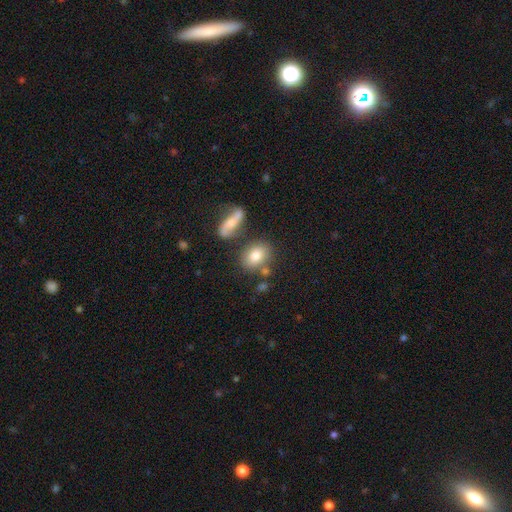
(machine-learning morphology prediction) This appears to be a smooth galaxy with no disk features (76%) that is in between round and cigar-shaped (69%). Merging: none (69%).